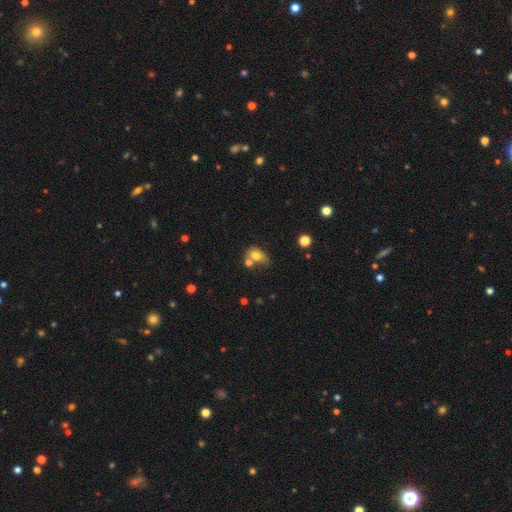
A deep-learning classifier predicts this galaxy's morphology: smooth_or_featured: smooth (p=0.73) [alt: featured or disk p=0.17]
how_rounded: in between (p=0.75) [alt: round p=0.23]
merging: merger (p=0.36) [alt: none p=0.34]